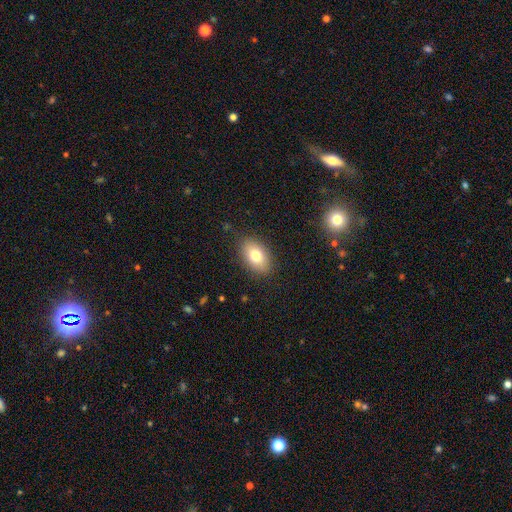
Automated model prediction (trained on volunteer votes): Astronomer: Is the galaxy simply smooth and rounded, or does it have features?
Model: smooth — 78%.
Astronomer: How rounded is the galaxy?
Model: in between — 89%.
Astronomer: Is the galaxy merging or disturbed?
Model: none — 85%.